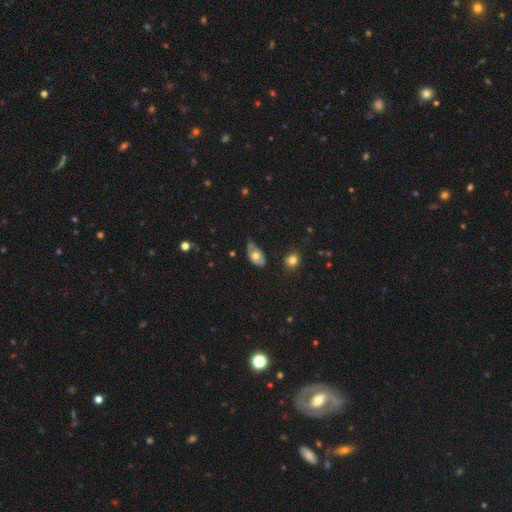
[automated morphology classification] type=smooth (55%); roundness=in between (87%); merging=none (40%).